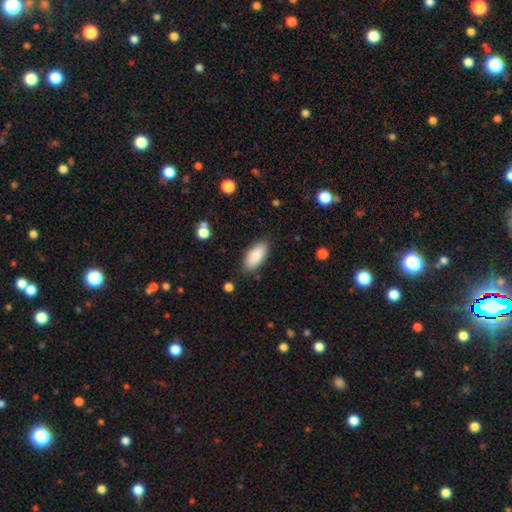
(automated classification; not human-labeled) Smooth or featured? smooth (87%)
How rounded? in between (88%)
Merging? none (85%)